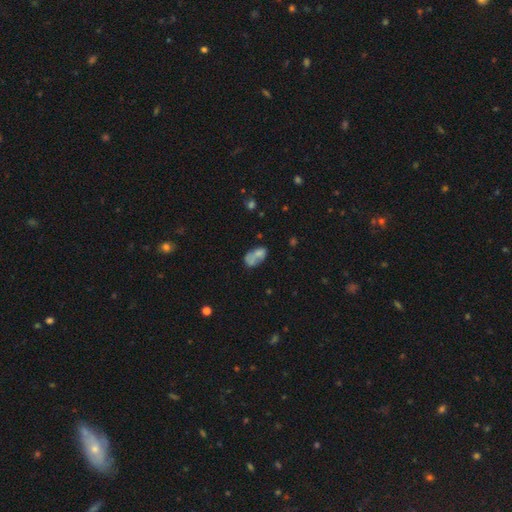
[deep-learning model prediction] smooth_or_featured: smooth (p=0.63) [alt: featured or disk p=0.26]
how_rounded: in between (p=0.87) [alt: round p=0.10]
merging: none (p=0.31) [alt: merger p=0.29]